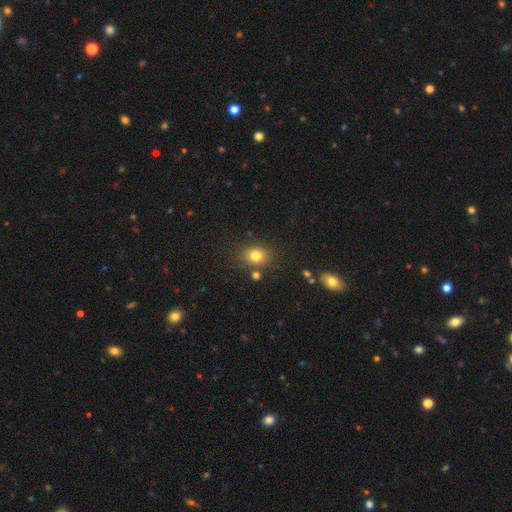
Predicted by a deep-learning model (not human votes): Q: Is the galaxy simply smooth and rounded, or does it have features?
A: smooth — 79%.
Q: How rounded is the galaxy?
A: round — 57%.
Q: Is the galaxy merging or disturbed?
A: none — 78%.